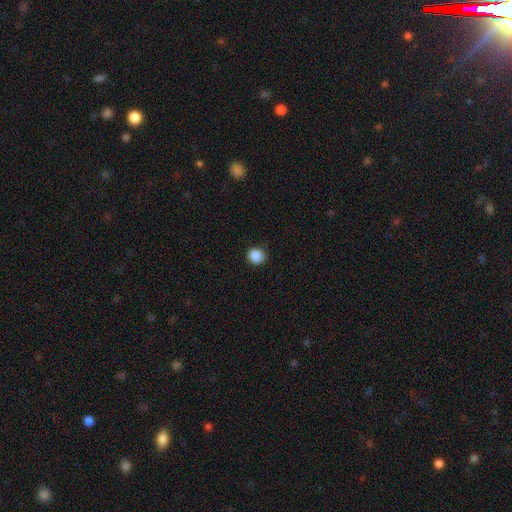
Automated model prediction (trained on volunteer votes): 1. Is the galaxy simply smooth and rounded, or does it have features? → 88% smooth, 9% star or artifact, 2% featured or disk.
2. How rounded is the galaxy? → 91% round, 8% in between, 1% cigar-shaped.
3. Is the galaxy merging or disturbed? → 90% none, 7% minor disturbance, 2% major disturbance, 1% merger.